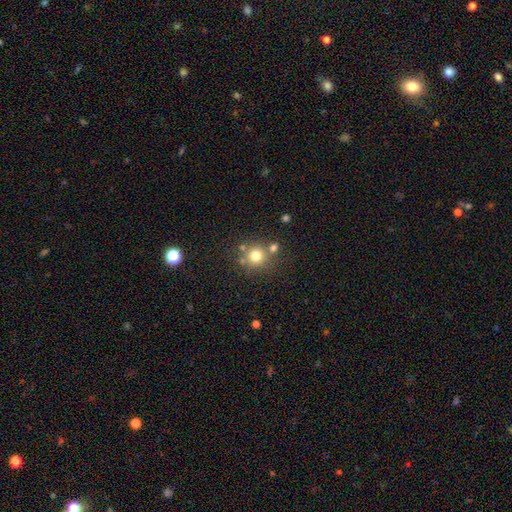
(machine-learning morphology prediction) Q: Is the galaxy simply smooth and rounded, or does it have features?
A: smooth — 76%.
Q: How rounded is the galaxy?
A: round — 91%.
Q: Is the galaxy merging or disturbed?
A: none — 69%.